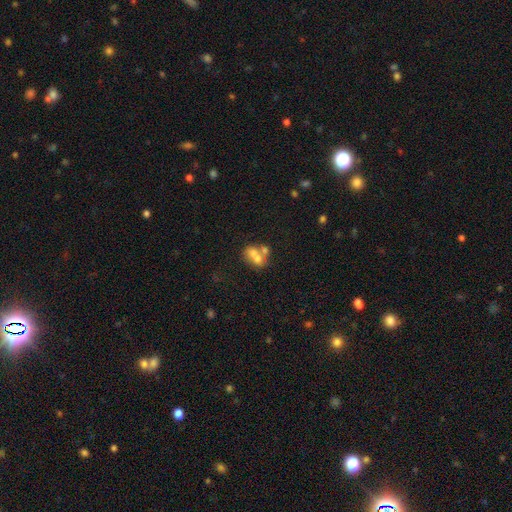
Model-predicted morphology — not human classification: smooth 59%, featured or disk 29%, star or artifact 12%. Down the decision tree: how rounded — in between (65%); merging — merger (62%).